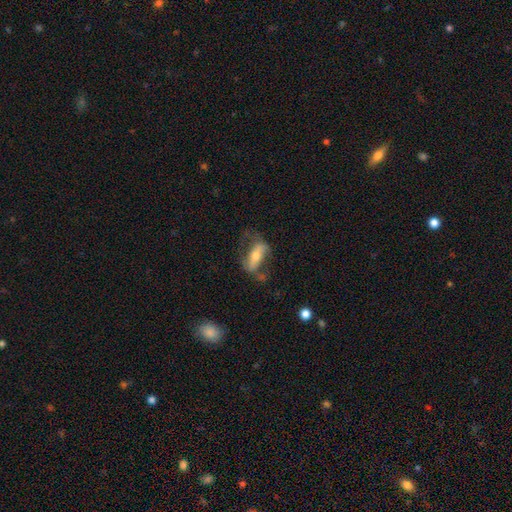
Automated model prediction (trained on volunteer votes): A featured or disk galaxy (57%). Merging: none (50%).